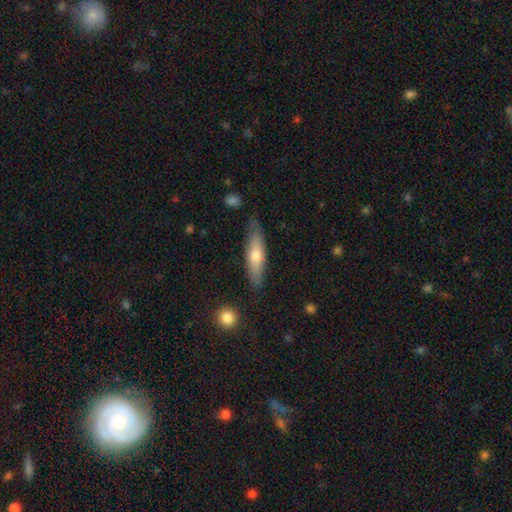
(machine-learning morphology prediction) type=smooth (56%); roundness=cigar-shaped (67%); merging=none (79%).